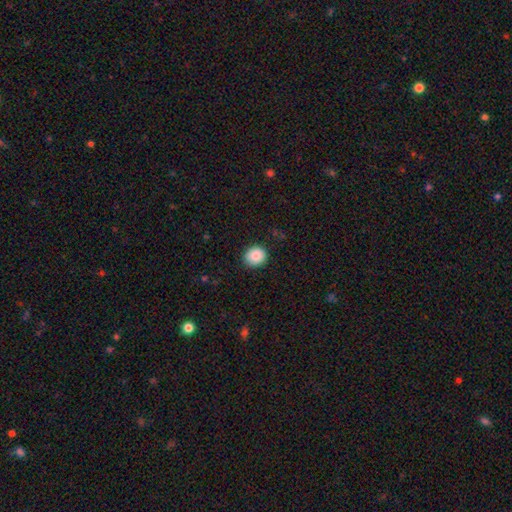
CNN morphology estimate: This is clearly a smooth galaxy (87%). How rounded: likely round (78%). Merging: clearly none (89%).